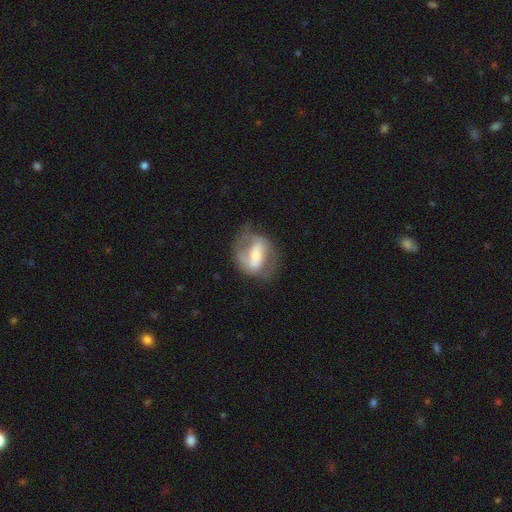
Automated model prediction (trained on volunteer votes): Q: Smooth or featured?
A: featured or disk (73%); runner-up: smooth (21%)
Q: Edge-on disk?
A: no (96%); runner-up: yes (4%)
Q: Bar?
A: strong (43%); runner-up: weak (37%)
Q: Spiral arms?
A: yes (80%); runner-up: no (20%)
Q: Spiral winding?
A: medium (49%); runner-up: tight (26%)
Q: Spiral arm count?
A: 2 (80%); runner-up: can't tell (10%)
Q: Bulge size?
A: moderate (48%); runner-up: small (39%)
Q: Merging?
A: none (60%); runner-up: minor disturbance (22%)